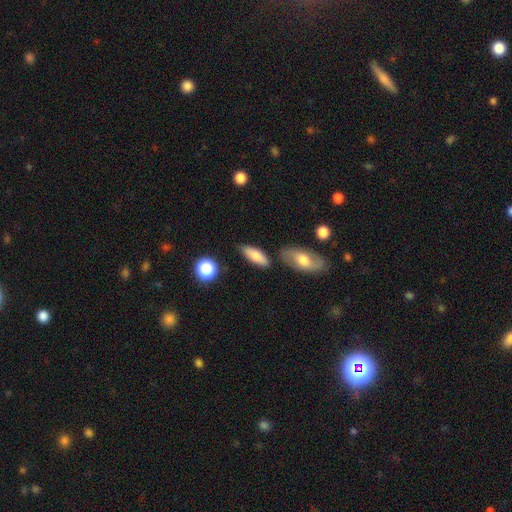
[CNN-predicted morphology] smooth_or_featured: smooth (p=0.77) [alt: featured or disk p=0.16]
how_rounded: in between (p=0.68) [alt: cigar-shaped p=0.29]
merging: none (p=0.77) [alt: minor disturbance p=0.14]